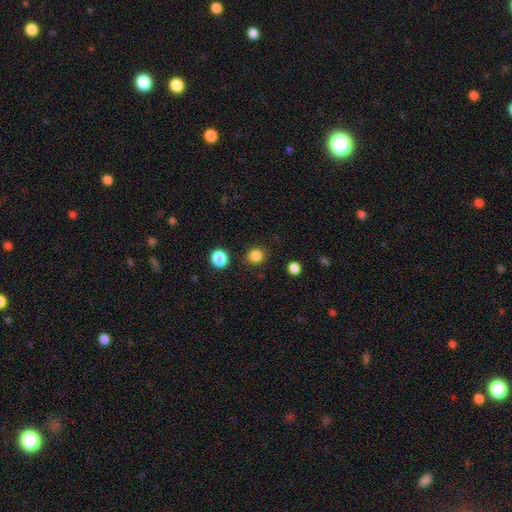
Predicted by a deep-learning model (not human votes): smooth_or_featured: smooth (p=0.85) [alt: star or artifact p=0.12]
how_rounded: round (p=0.86) [alt: in between p=0.13]
merging: none (p=0.88) [alt: minor disturbance p=0.07]